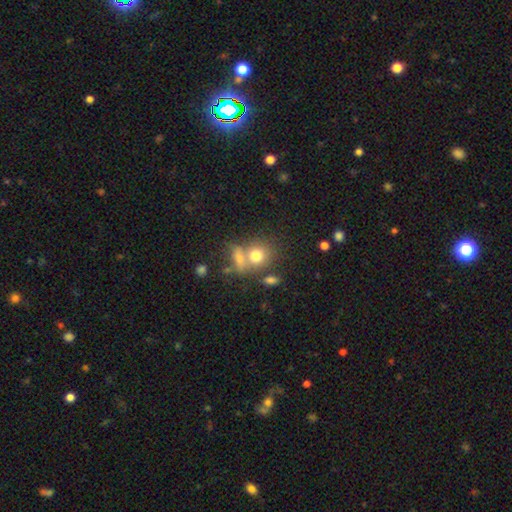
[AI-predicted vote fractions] Smooth or featured?
  - smooth: 75% *
  - featured or disk: 14%
  - star or artifact: 11%
How rounded?
  - round: 65% *
  - in between: 33%
  - cigar-shaped: 2%
Merging?
  - none: 43% *
  - merger: 41%
  - minor disturbance: 11%
  - major disturbance: 5%